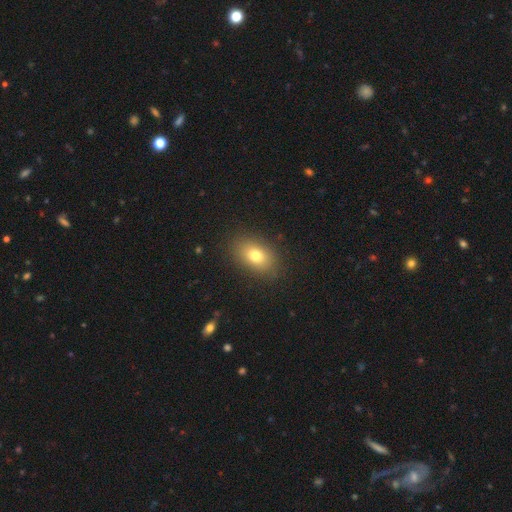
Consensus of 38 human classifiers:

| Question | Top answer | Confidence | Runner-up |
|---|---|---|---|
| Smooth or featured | smooth | 84% | featured or disk (11%) |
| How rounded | in between | 91% | round (6%) |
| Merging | none | 83% | minor disturbance (8%) |